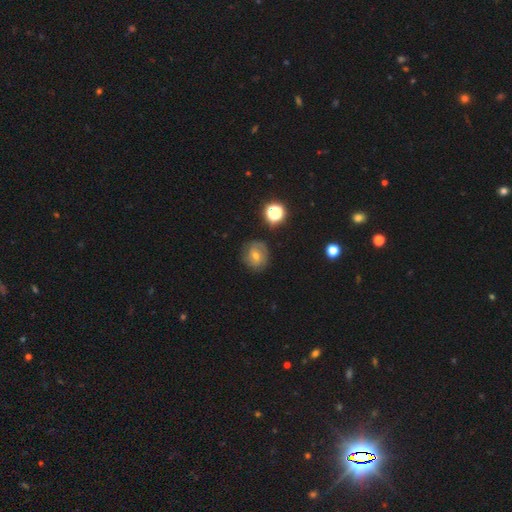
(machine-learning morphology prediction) Q: Smooth or featured?
A: featured or disk (44%); runner-up: smooth (41%)
Q: Merging?
A: none (77%); runner-up: minor disturbance (16%)